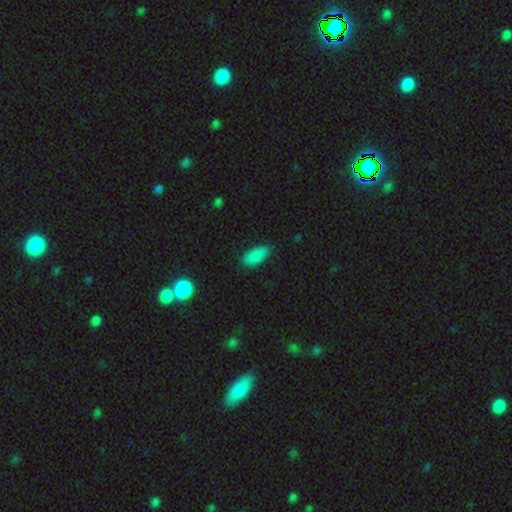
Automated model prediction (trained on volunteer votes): Q: Smooth or featured?
A: smooth (87%); runner-up: star or artifact (8%)
Q: How rounded?
A: in between (88%); runner-up: cigar-shaped (9%)
Q: Merging?
A: none (85%); runner-up: minor disturbance (12%)